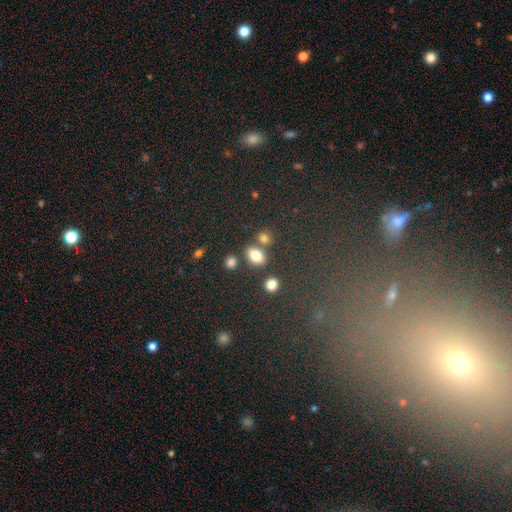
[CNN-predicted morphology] This appears to be a smooth galaxy with no disk features (79%) that is in between round and cigar-shaped (76%). Merging: none (68%).